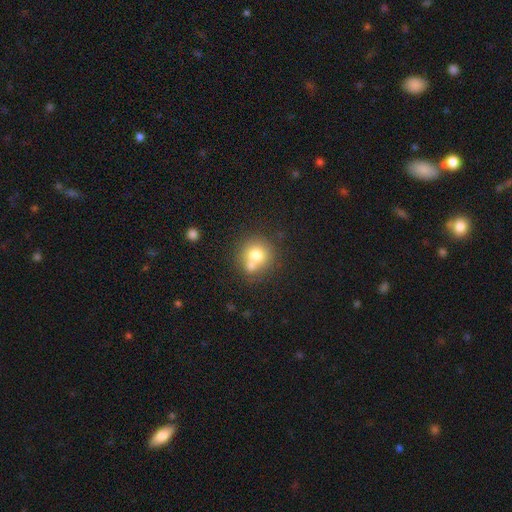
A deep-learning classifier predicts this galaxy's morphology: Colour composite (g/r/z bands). It shows a smooth galaxy with no disk features (72%) that is round (88%). Merging: none (50%).